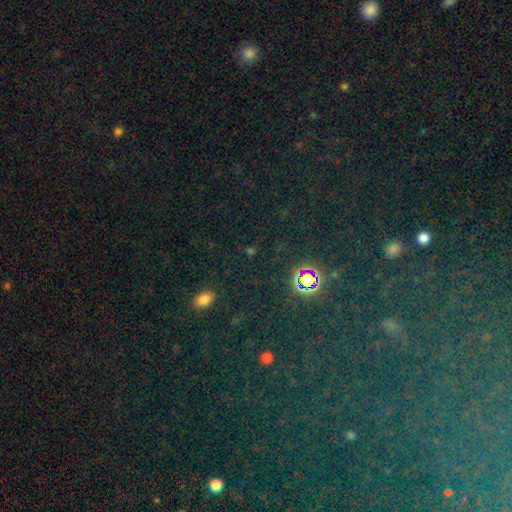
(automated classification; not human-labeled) A star or artifact, not a galaxy (66%).